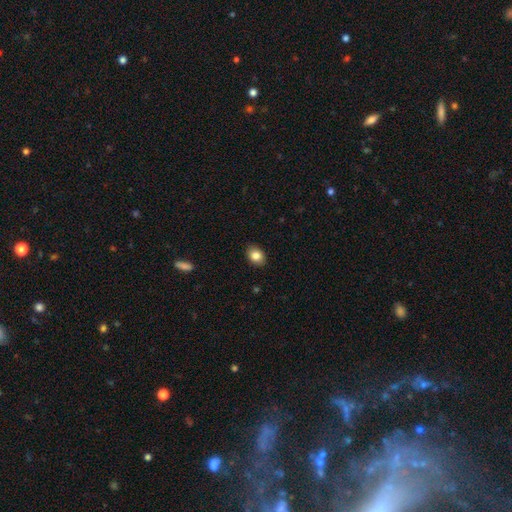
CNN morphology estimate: This appears to be a smooth galaxy with no disk features (84%) that is in between round and cigar-shaped (69%). Merging: none (88%).